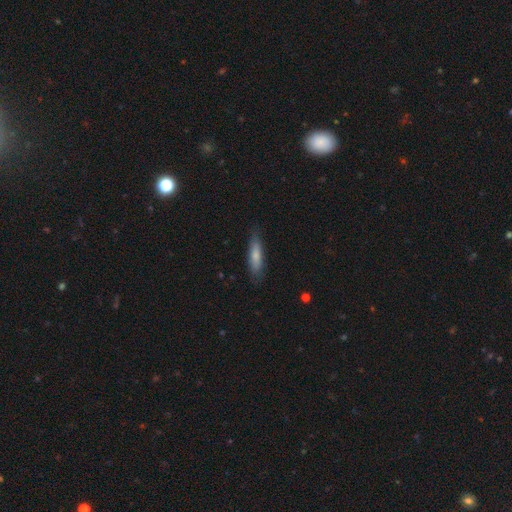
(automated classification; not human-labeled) Overall: smooth (73%). How rounded: cigar-shaped (69%; in between 29%). Merging: none (80%).